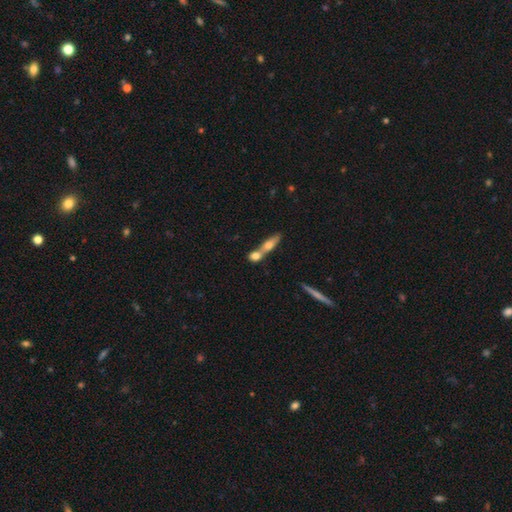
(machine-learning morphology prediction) smooth-or-featured: smooth: 64% | featured or disk: 27% | star or artifact: 9%
  how-rounded: in between: 37% | cigar-shaped: 36% | round: 27%
  merging: merger: 59% | none: 31% | minor disturbance: 6% | major disturbance: 3%